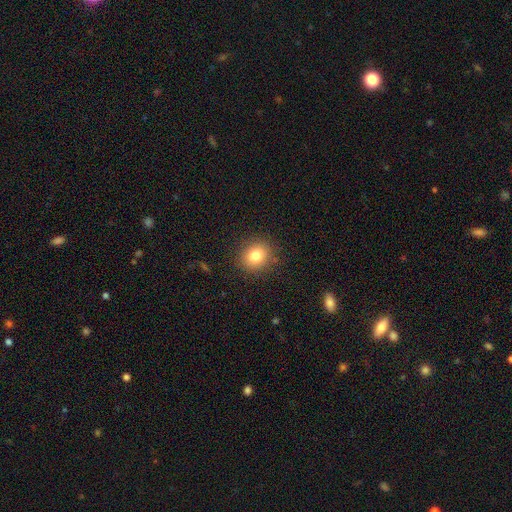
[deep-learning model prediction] This appears to be a smooth galaxy with no disk features (81%) that is round (74%). Merging: none (88%).